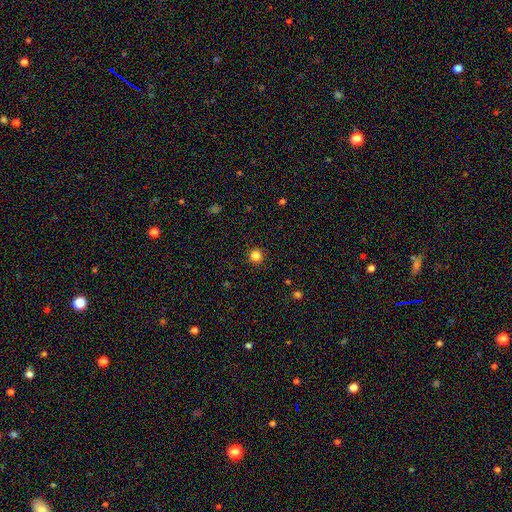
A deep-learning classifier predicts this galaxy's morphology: Smooth or featured?
  - smooth: 84% *
  - star or artifact: 12%
  - featured or disk: 4%
How rounded?
  - round: 96% *
  - in between: 4%
  - cigar-shaped: 1%
Merging?
  - none: 92% *
  - minor disturbance: 5%
  - major disturbance: 2%
  - merger: 1%